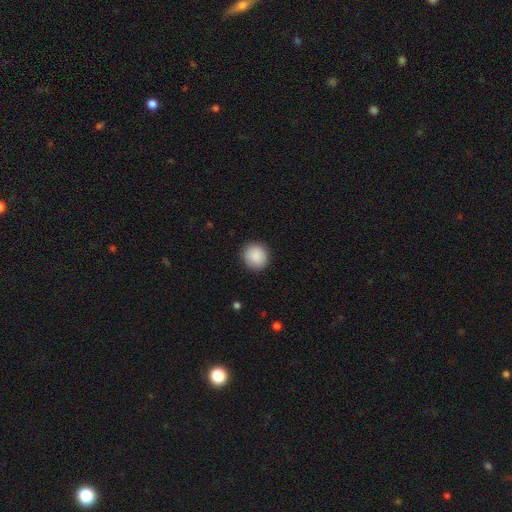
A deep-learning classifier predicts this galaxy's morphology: smooth_or_featured: smooth (p=0.90) [alt: star or artifact p=0.07]
how_rounded: round (p=0.90) [alt: in between p=0.09]
merging: none (p=0.90) [alt: minor disturbance p=0.07]